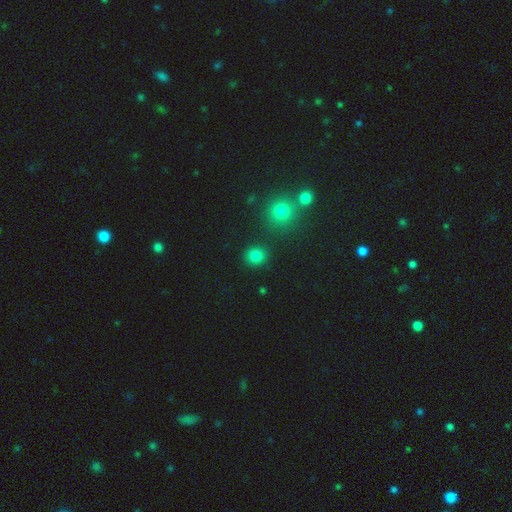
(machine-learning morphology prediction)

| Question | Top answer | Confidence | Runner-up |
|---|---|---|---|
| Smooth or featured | smooth | 82% | star or artifact (14%) |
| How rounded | round | 85% | in between (14%) |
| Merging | none | 86% | minor disturbance (7%) |